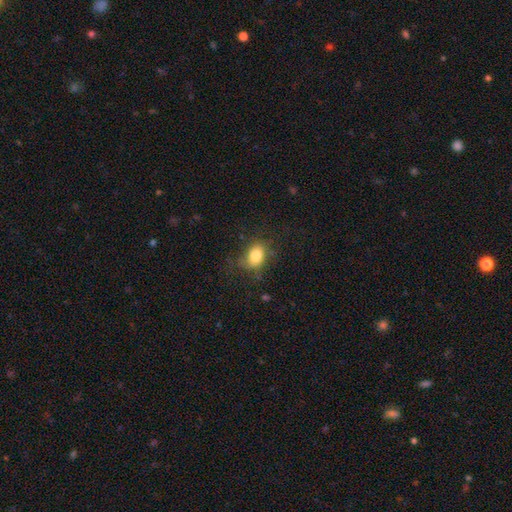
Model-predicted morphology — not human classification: smooth 81%, featured or disk 10%, star or artifact 9%. Down the decision tree: how rounded — in between (69%); merging — none (69%).